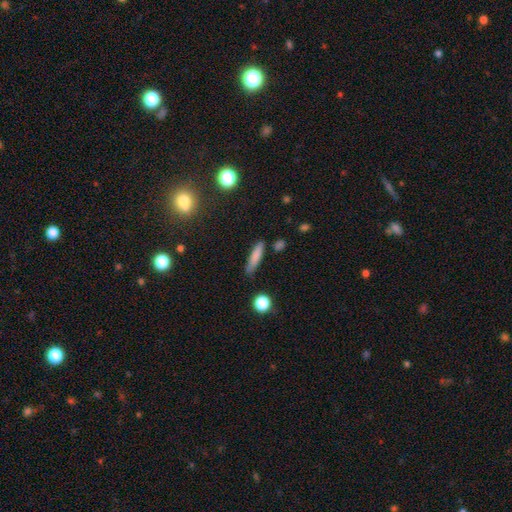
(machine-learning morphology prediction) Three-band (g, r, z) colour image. It shows a smooth galaxy with no disk features (79%) that is cigar-shaped (83%). Merging: none (79%).